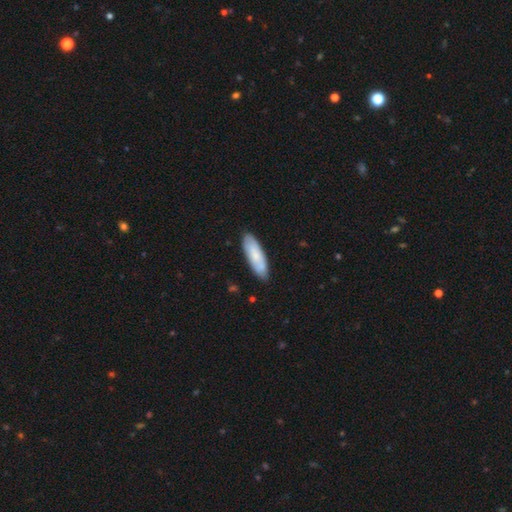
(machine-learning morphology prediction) type=smooth (73%); roundness=in between (53%); merging=none (84%).